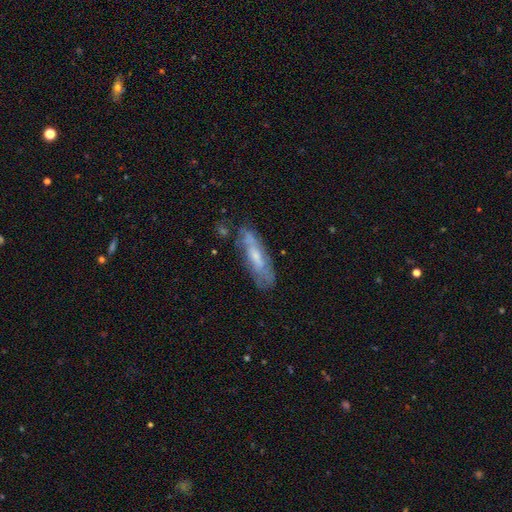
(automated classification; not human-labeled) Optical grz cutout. It shows a featured or disk galaxy (54%). Merging: none (67%).